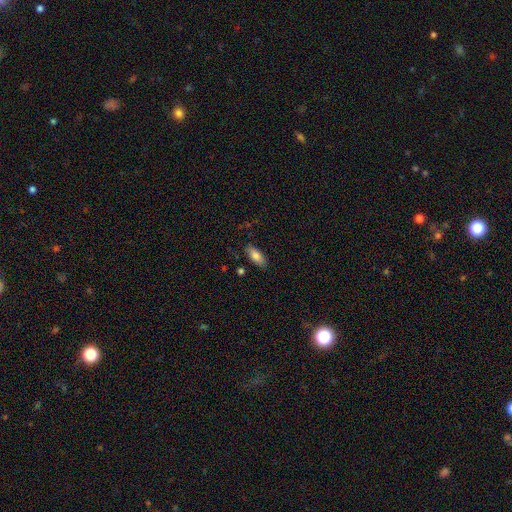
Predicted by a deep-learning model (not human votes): Smooth or featured: smooth — 81% (featured or disk — 12%)
How rounded: in between — 83% (cigar-shaped — 14%)
Merging: none — 83% (minor disturbance — 12%)